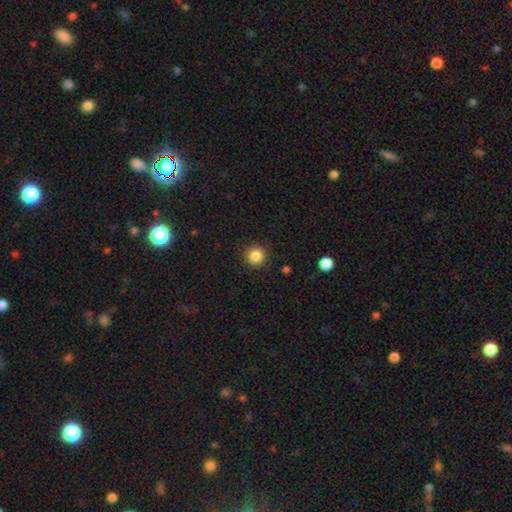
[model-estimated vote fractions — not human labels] A smooth galaxy with no disk features (86%) that is round (95%).

Vote fractions:
- Smooth or featured? smooth: 86% / star or artifact: 10% / featured or disk: 4%
- How rounded? round: 95% / in between: 4% / cigar-shaped: 1%
- Merging? none: 91% / minor disturbance: 6% / major disturbance: 2% / merger: 1%